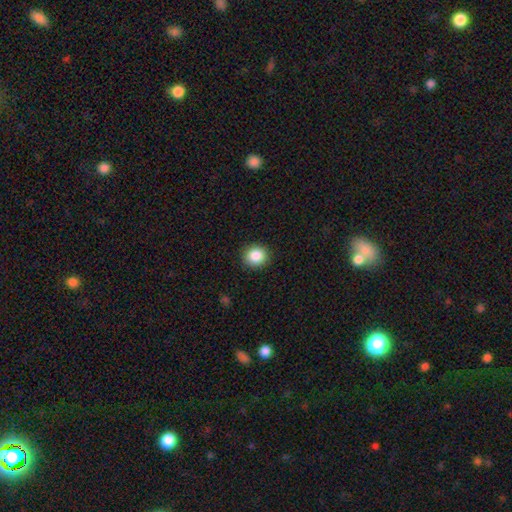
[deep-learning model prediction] Smooth or featured?
  - smooth: 87% *
  - star or artifact: 9%
  - featured or disk: 4%
How rounded?
  - round: 83% *
  - in between: 16%
  - cigar-shaped: 1%
Merging?
  - none: 91% *
  - minor disturbance: 6%
  - major disturbance: 2%
  - merger: 1%